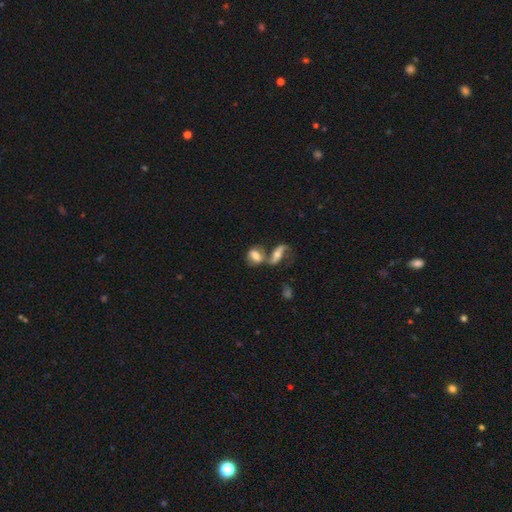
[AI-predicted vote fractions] smooth-or-featured: smooth: 51% | featured or disk: 39% | star or artifact: 10%
  how-rounded: in between: 79% | round: 15% | cigar-shaped: 6%
  merging: merger: 54% | none: 28% | minor disturbance: 10% | major disturbance: 7%